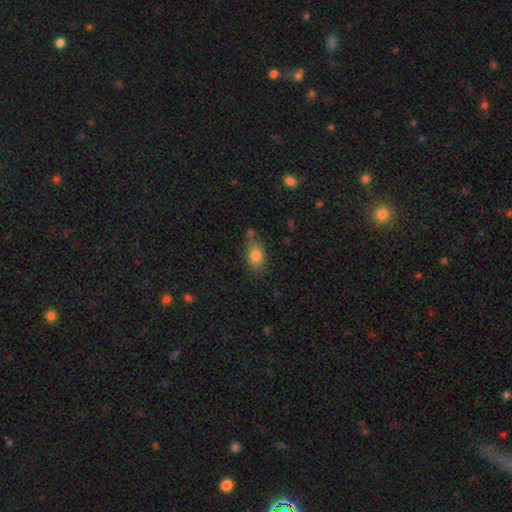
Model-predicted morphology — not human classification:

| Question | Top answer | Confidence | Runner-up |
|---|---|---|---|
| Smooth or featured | smooth | 81% | featured or disk (10%) |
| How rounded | in between | 81% | round (17%) |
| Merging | none | 69% | minor disturbance (18%) |